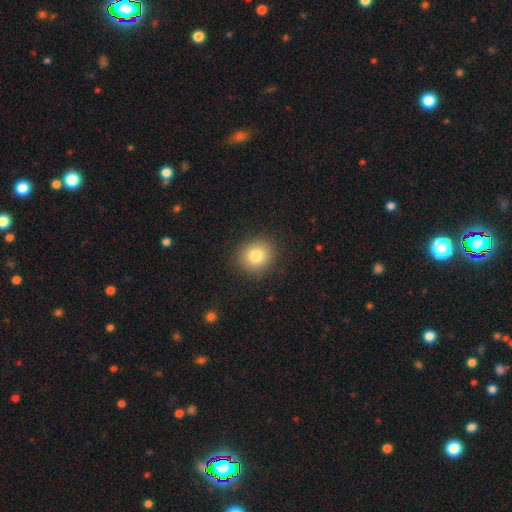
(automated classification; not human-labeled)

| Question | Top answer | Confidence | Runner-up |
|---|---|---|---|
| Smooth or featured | smooth | 81% | star or artifact (11%) |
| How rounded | round | 80% | in between (19%) |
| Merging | none | 89% | minor disturbance (8%) |